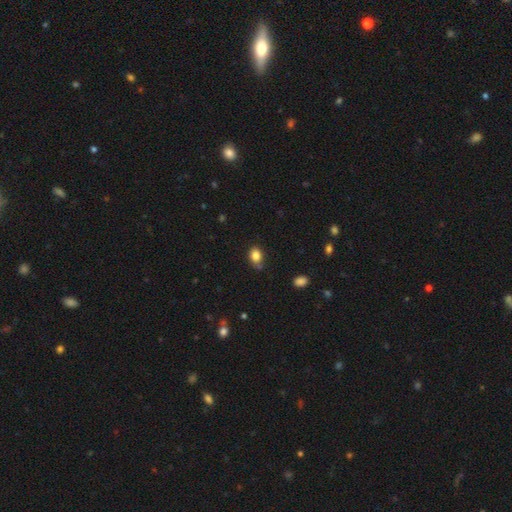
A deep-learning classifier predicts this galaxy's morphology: smooth-or-featured: smooth: 84% | star or artifact: 11% | featured or disk: 6%
  how-rounded: in between: 60% | round: 39% | cigar-shaped: 1%
  merging: none: 72% | minor disturbance: 19% | merger: 5% | major disturbance: 4%